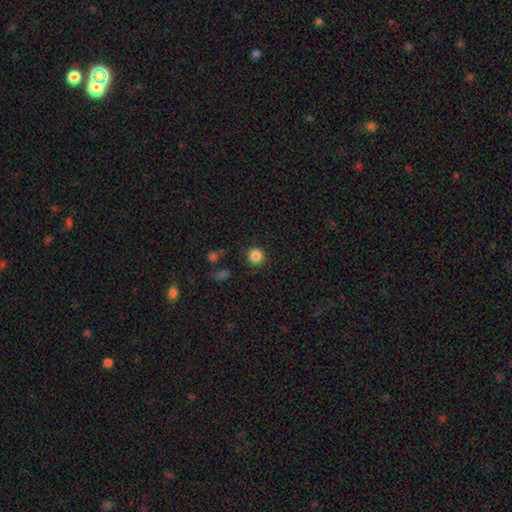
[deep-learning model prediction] The model was most divided on "smooth or featured": smooth: 86%, star or artifact: 11%, featured or disk: 3%. More confident: how rounded — round (94%); merging — none (90%).